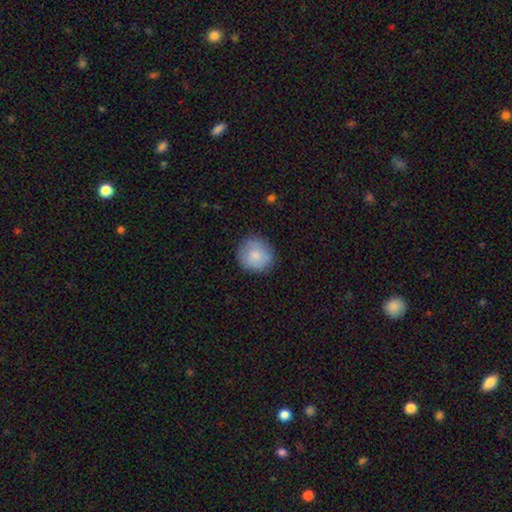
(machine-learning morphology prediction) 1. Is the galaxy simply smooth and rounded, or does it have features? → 79% smooth, 14% featured or disk, 7% star or artifact.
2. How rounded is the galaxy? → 90% round, 9% in between, 1% cigar-shaped.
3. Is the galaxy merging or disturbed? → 83% none, 13% minor disturbance, 3% major disturbance, 1% merger.